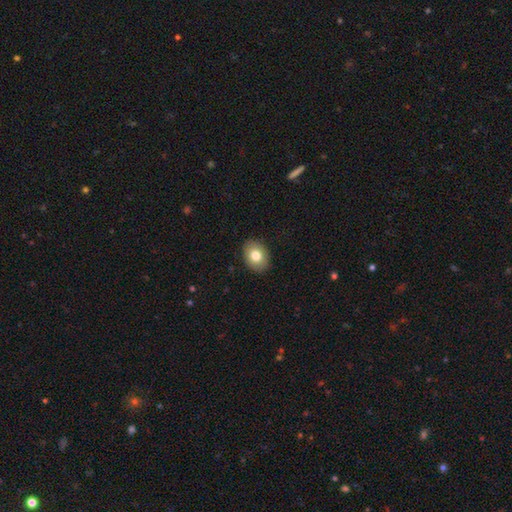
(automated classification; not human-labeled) Smooth or featured?
  - smooth: 79% *
  - featured or disk: 13%
  - star or artifact: 8%
How rounded?
  - in between: 67% *
  - round: 32%
  - cigar-shaped: 1%
Merging?
  - none: 89% *
  - minor disturbance: 8%
  - major disturbance: 2%
  - merger: 1%